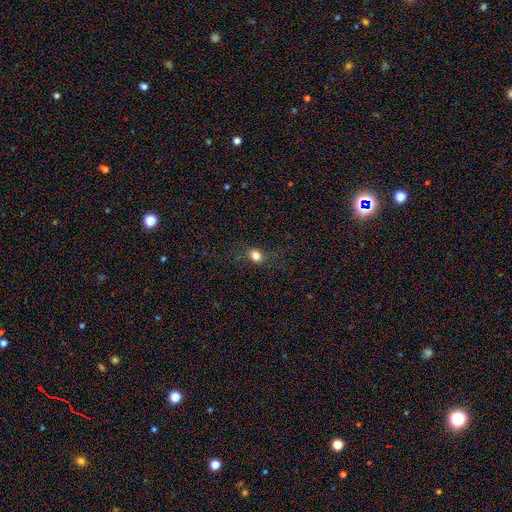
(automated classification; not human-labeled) Smooth or featured? Predicted: smooth (p=0.80). How rounded? Predicted: round (p=0.59). Merging? Predicted: none (p=0.81).